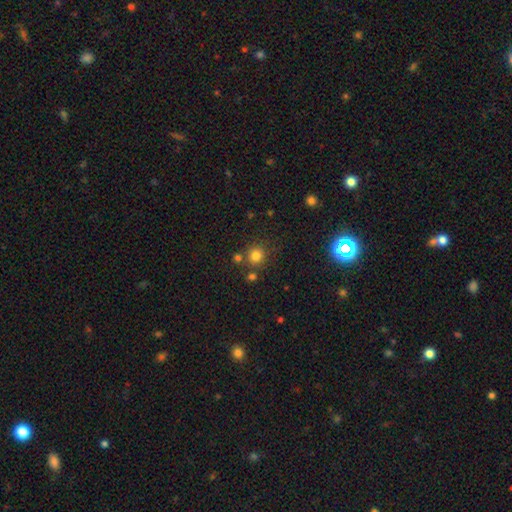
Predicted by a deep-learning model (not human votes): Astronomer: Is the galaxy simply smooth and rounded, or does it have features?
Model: smooth — 79%.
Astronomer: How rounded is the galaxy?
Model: round — 90%.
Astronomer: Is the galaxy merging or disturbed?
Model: none — 76%.